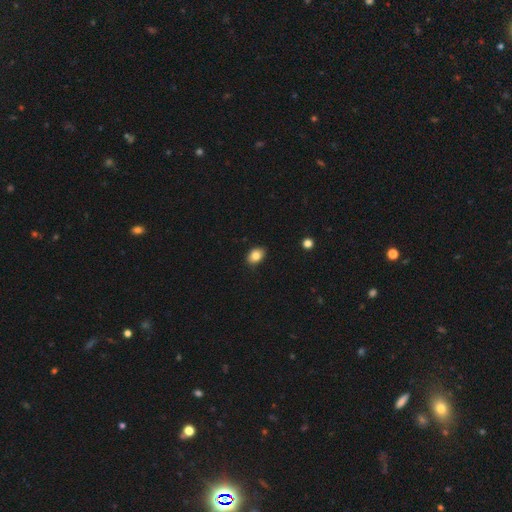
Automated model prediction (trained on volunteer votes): Smooth or featured? smooth (84%)
How rounded? in between (71%)
Merging? none (86%)